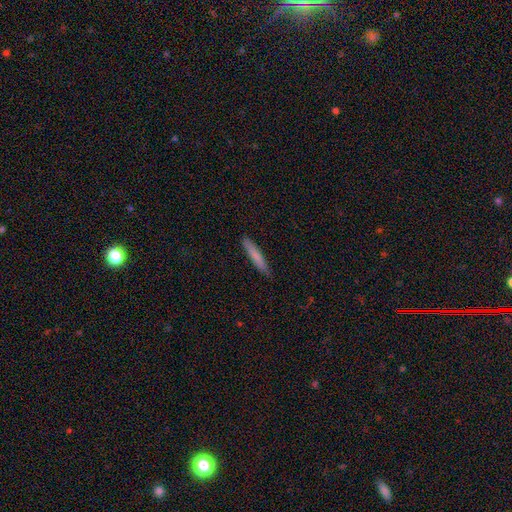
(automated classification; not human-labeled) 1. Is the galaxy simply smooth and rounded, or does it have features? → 77% smooth, 17% featured or disk, 6% star or artifact.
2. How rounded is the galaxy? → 93% cigar-shaped, 5% in between, 1% round.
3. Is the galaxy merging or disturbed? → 88% none, 9% minor disturbance, 2% major disturbance, 1% merger.